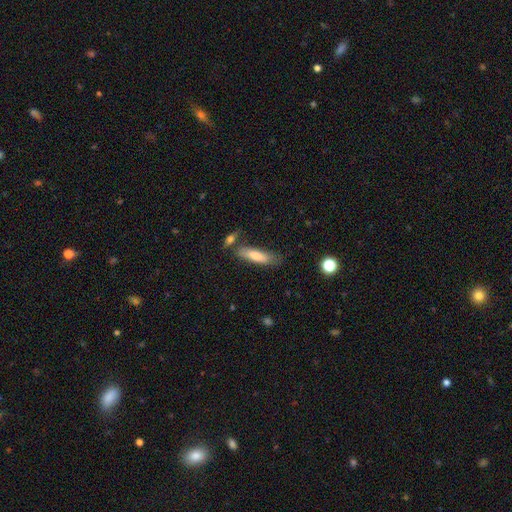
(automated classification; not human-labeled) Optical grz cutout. It shows a smooth galaxy with no disk features (75%) that is cigar-shaped (62%). Merging: none (64%).